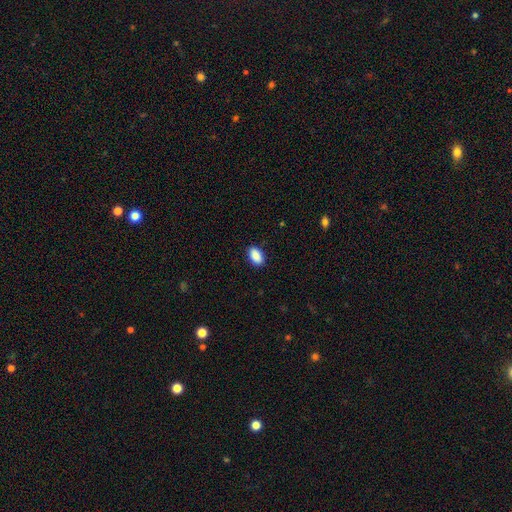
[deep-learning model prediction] smooth 90%, star or artifact 7%, featured or disk 3%. Down the decision tree: how rounded — in between (91%); merging — none (88%).